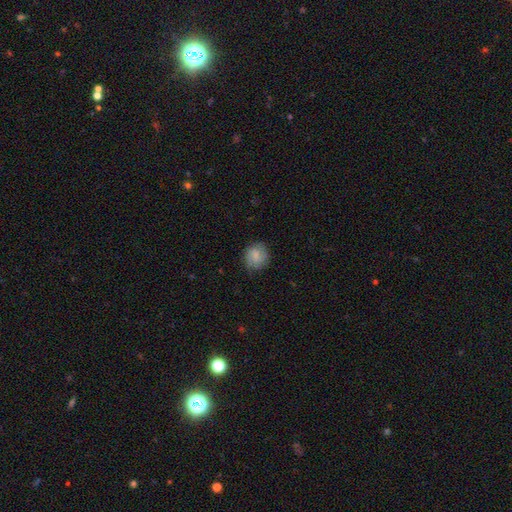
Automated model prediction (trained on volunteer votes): This is likely a smooth galaxy (74%). How rounded: clearly round (80%). Merging: likely none (75%).